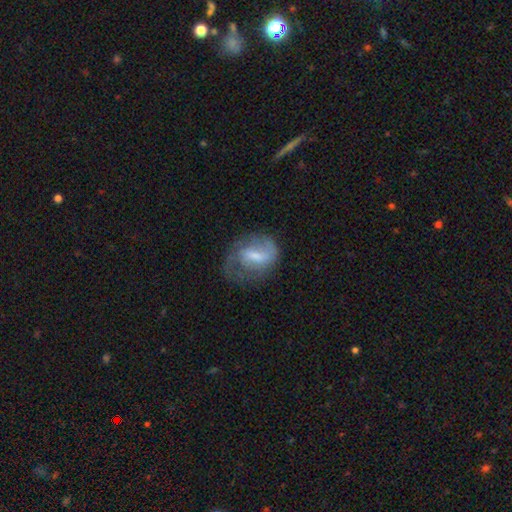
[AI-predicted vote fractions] Smooth or featured?
  - featured or disk: 62% *
  - smooth: 31%
  - star or artifact: 7%
Edge-on disk?
  - no: 96% *
  - yes: 4%
Bar?
  - weak: 53% *
  - strong: 27%
  - no: 20%
Spiral arms?
  - yes: 77% *
  - no: 23%
Bulge size?
  - small: 37% * (tied)
  - moderate: 37% * (tied)
  - none: 17%
  - large: 7%
  - dominant: 1%
Merging?
  - none: 43% *
  - major disturbance: 29%
  - minor disturbance: 26%
  - merger: 2%